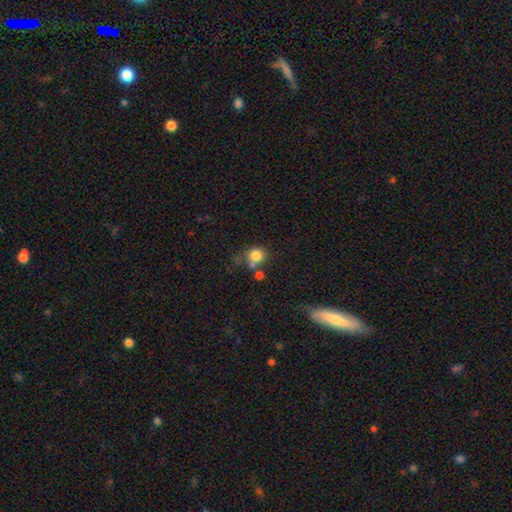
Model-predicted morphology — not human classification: smooth_or_featured: smooth (p=0.81) [alt: star or artifact p=0.11]
how_rounded: round (p=0.84) [alt: in between p=0.15]
merging: none (p=0.55) [alt: merger p=0.24]